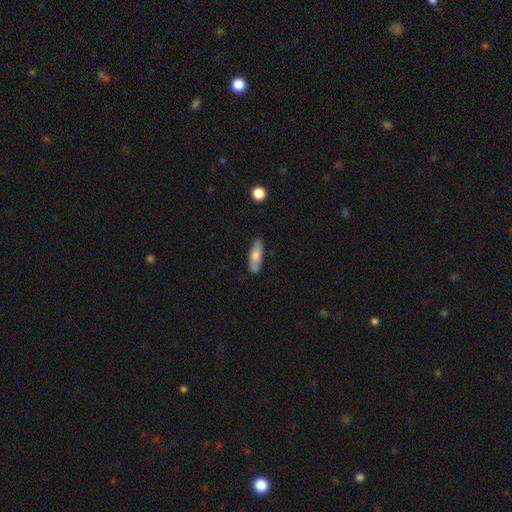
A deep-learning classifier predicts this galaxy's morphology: Q: Smooth or featured?
A: smooth (73%); runner-up: featured or disk (21%)
Q: How rounded?
A: in between (55%); runner-up: cigar-shaped (43%)
Q: Merging?
A: none (82%); runner-up: minor disturbance (14%)